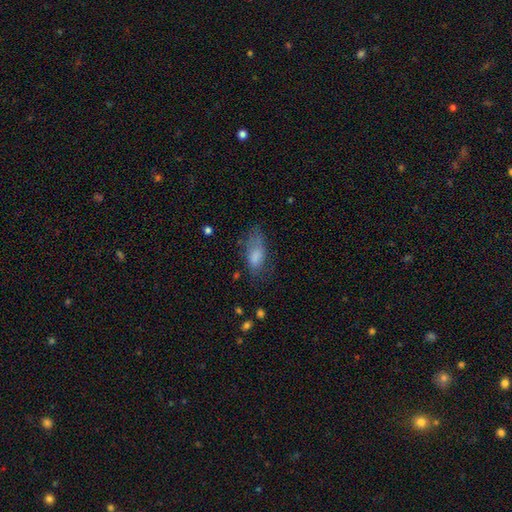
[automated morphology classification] Q: Smooth or featured?
A: smooth (75%); runner-up: featured or disk (16%)
Q: How rounded?
A: in between (86%); runner-up: cigar-shaped (10%)
Q: Merging?
A: none (46%); runner-up: minor disturbance (29%)